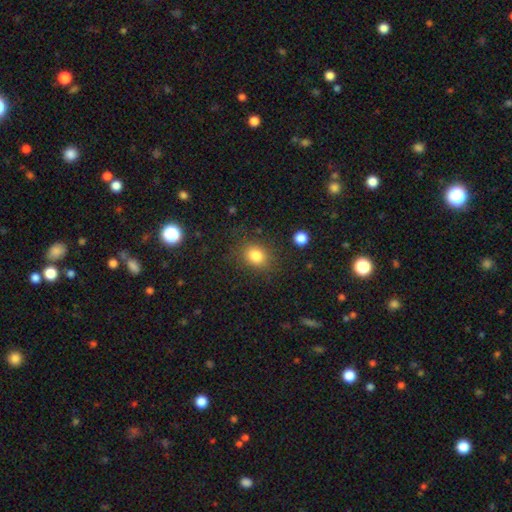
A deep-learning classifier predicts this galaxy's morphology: A smooth galaxy with no disk features (82%) that is round (54%).

Vote fractions:
- Smooth or featured? smooth: 82% / star or artifact: 11% / featured or disk: 6%
- How rounded? round: 54% / in between: 45% / cigar-shaped: 1%
- Merging? none: 80% / minor disturbance: 13% / major disturbance: 5% / merger: 2%